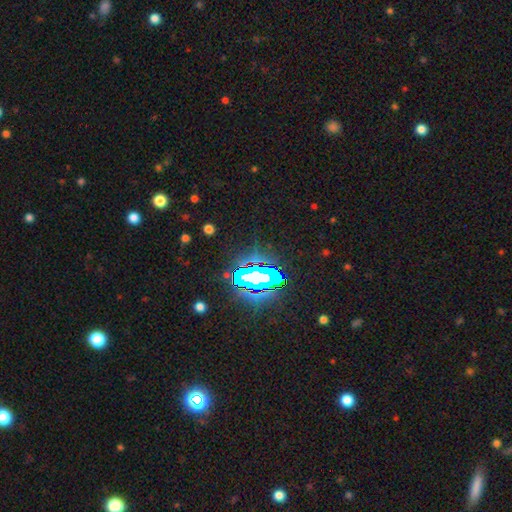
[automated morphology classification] smooth-or-featured: star or artifact: 80% | smooth: 12% | featured or disk: 9%